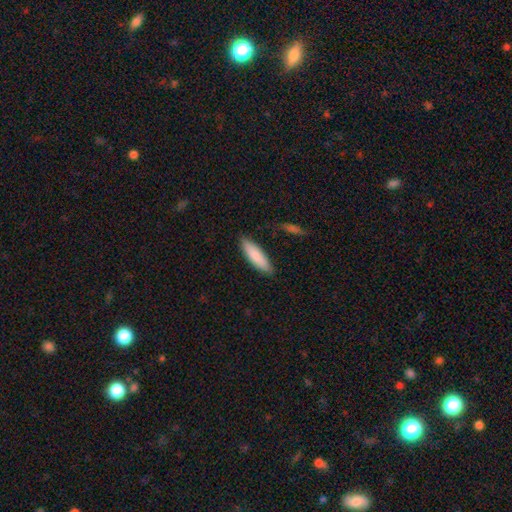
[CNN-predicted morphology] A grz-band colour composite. It shows a smooth galaxy with no disk features (85%) that is cigar-shaped (59%). Merging: none (86%).